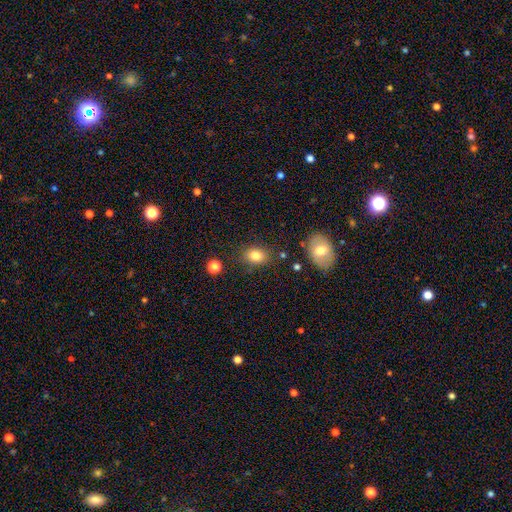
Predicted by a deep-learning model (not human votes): Q: Smooth or featured?
A: smooth (81%); runner-up: star or artifact (10%)
Q: How rounded?
A: in between (65%); runner-up: round (34%)
Q: Merging?
A: none (80%); runner-up: minor disturbance (13%)